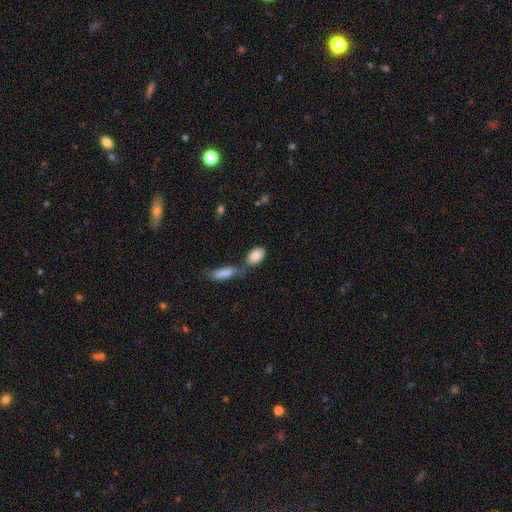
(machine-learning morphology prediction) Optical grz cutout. It shows a smooth galaxy with no disk features (87%) that is in between round and cigar-shaped (91%). Merging: none (42%).